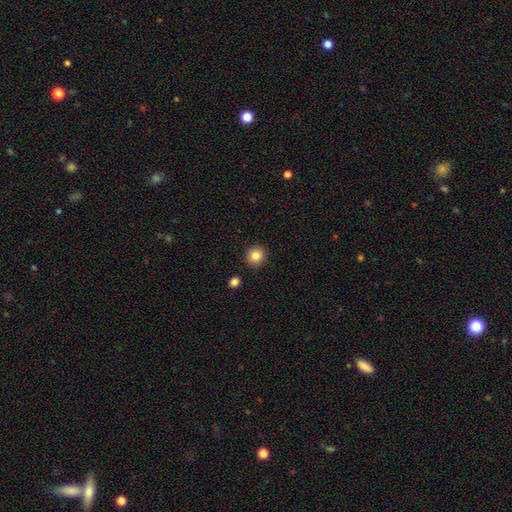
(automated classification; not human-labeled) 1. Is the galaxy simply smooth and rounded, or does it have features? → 84% smooth, 10% star or artifact, 6% featured or disk.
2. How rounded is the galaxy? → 91% round, 8% in between, 1% cigar-shaped.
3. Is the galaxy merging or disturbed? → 91% none, 5% minor disturbance, 2% merger, 2% major disturbance.